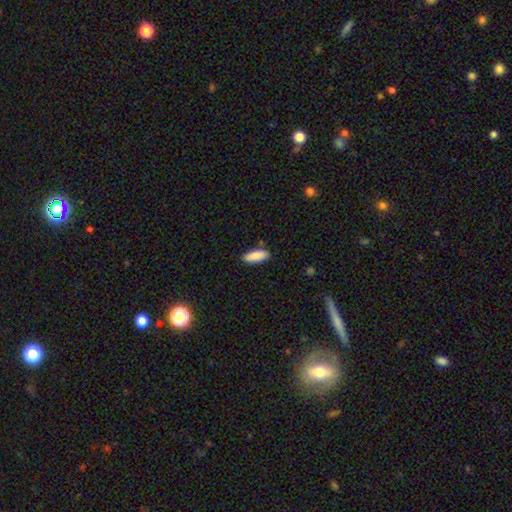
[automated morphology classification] A smooth galaxy with no disk features (88%) that is in between round and cigar-shaped (75%).

Vote fractions:
- Smooth or featured? smooth: 88% / star or artifact: 6% / featured or disk: 6%
- How rounded? in between: 75% / cigar-shaped: 24% / round: 2%
- Merging? none: 85% / minor disturbance: 10% / merger: 3% / major disturbance: 2%